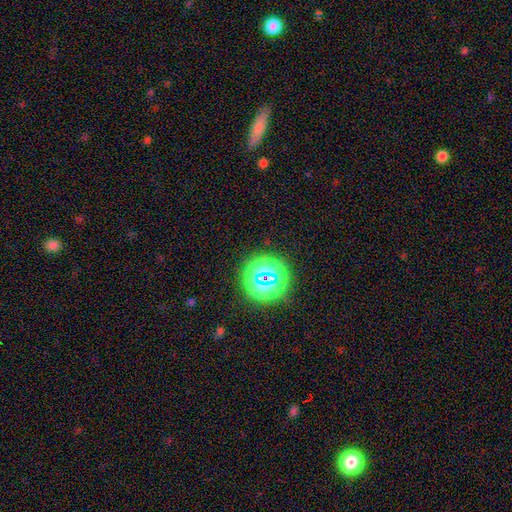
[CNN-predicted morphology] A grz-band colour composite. It shows a star or artifact, not a galaxy (73%).